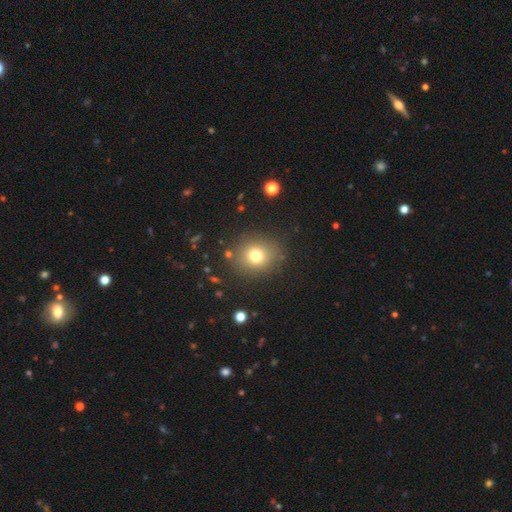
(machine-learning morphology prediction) Q: Smooth or featured?
A: smooth (74%); runner-up: star or artifact (15%)
Q: How rounded?
A: round (81%); runner-up: in between (19%)
Q: Merging?
A: none (85%); runner-up: minor disturbance (8%)